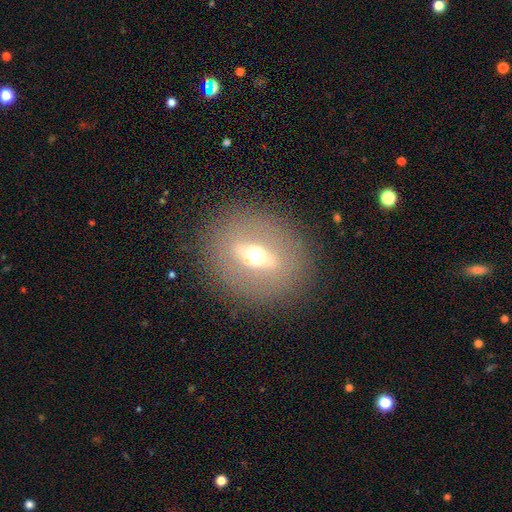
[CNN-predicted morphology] Q: Smooth or featured?
A: featured or disk (58%); runner-up: smooth (27%)
Q: Edge-on disk?
A: no (51%); runner-up: yes (49%)
Q: Merging?
A: none (84%); runner-up: minor disturbance (9%)